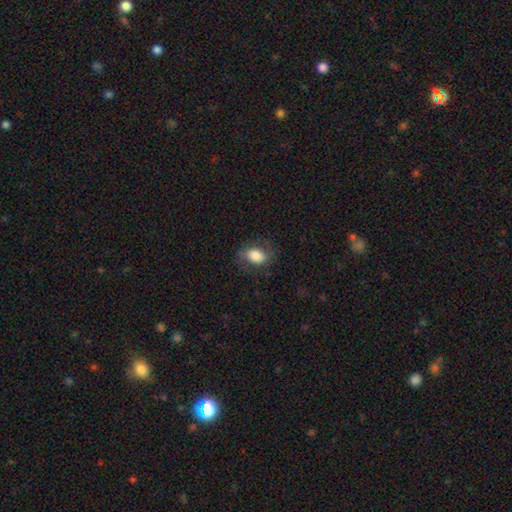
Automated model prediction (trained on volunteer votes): A smooth galaxy with no disk features (74%) that is in between round and cigar-shaped (78%). Merging: none (72%).